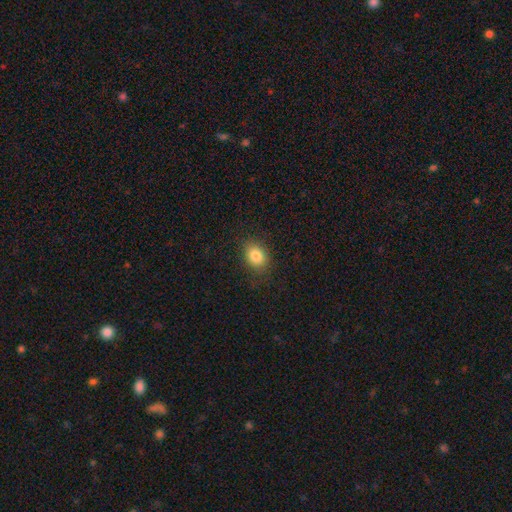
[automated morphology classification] A smooth galaxy with no disk features (84%) that is in between round and cigar-shaped (58%). Merging: none (84%).